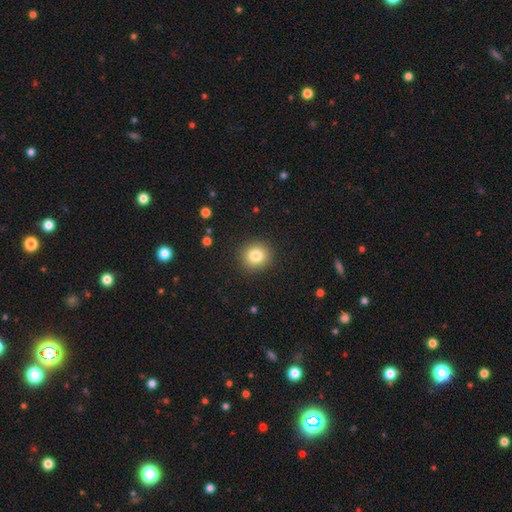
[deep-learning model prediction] smooth-or-featured: smooth: 82% | star or artifact: 10% | featured or disk: 8%
  how-rounded: round: 88% | in between: 11% | cigar-shaped: 1%
  merging: none: 90% | minor disturbance: 6% | major disturbance: 2% | merger: 1%